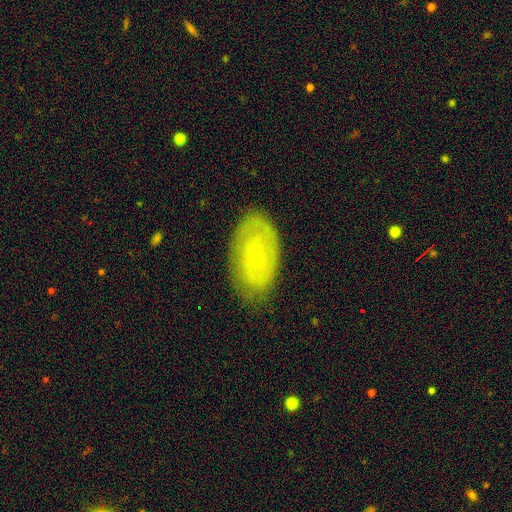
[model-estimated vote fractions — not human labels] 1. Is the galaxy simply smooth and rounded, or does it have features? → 62% featured or disk, 28% smooth, 11% star or artifact.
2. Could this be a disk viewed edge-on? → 94% no, 6% yes.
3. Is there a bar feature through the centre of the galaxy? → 69% no, 26% weak, 5% strong.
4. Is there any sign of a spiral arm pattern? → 81% yes, 19% no.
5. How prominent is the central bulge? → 80% small, 12% moderate, 6% none, 1% large, 1% dominant.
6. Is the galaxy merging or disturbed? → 83% none, 13% minor disturbance, 3% major disturbance, 1% merger.